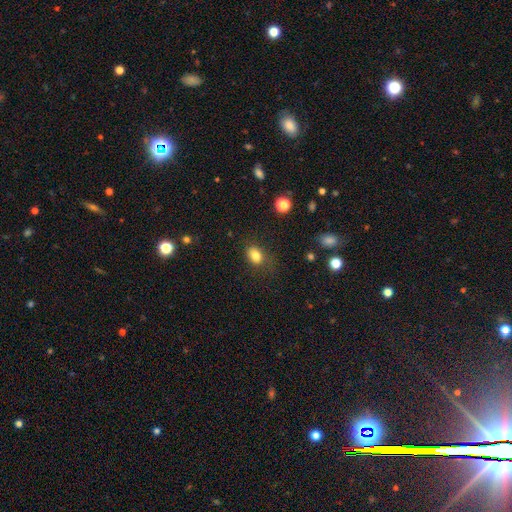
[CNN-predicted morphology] A smooth galaxy with no disk features (82%) that is in between round and cigar-shaped (66%). Merging: none (74%).